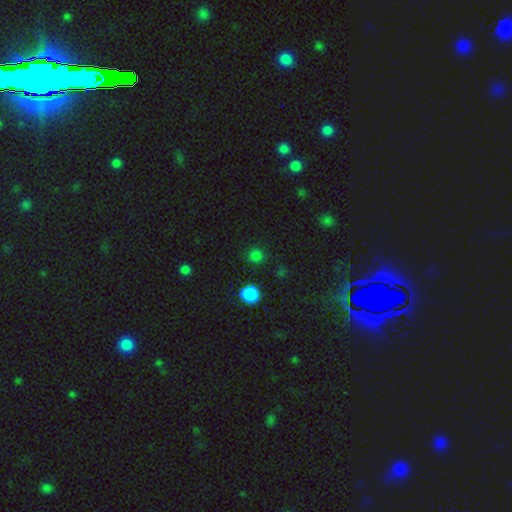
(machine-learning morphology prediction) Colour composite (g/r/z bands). It shows a smooth galaxy with no disk features (75%) that is round (92%). Merging: none (87%).